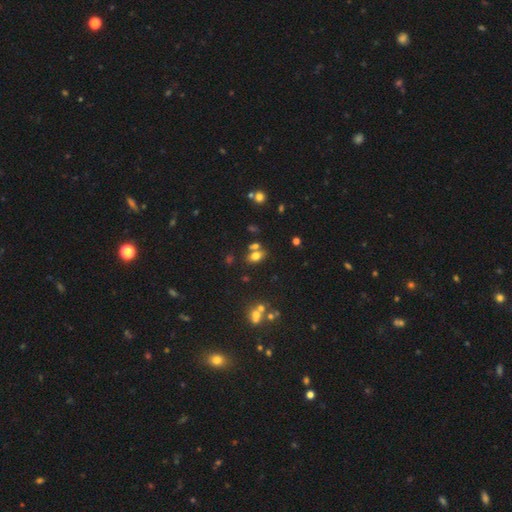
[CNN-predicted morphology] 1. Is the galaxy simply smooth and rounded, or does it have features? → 70% smooth, 16% star or artifact, 14% featured or disk.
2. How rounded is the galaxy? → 82% in between, 15% round, 3% cigar-shaped.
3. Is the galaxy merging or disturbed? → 57% none, 26% merger, 13% minor disturbance, 4% major disturbance.